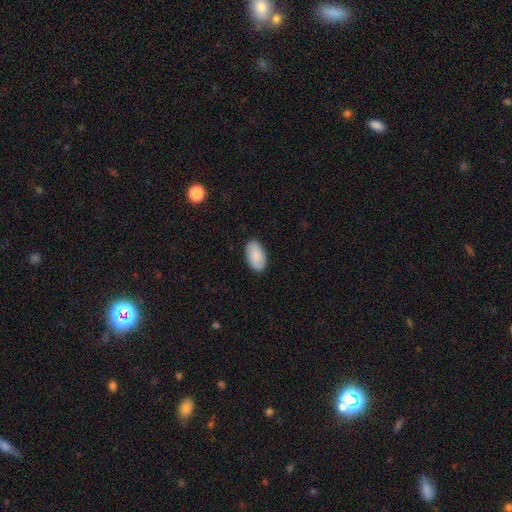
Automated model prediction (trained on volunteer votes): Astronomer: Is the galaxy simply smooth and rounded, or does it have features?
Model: smooth — 87%.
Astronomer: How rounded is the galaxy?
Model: in between — 95%.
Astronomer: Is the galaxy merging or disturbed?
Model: none — 88%.